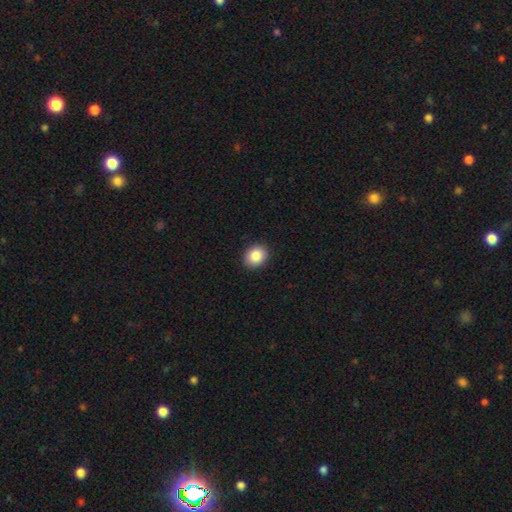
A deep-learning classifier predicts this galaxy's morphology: Q: Smooth or featured?
A: smooth (87%); runner-up: star or artifact (8%)
Q: How rounded?
A: round (57%); runner-up: in between (42%)
Q: Merging?
A: none (90%); runner-up: minor disturbance (7%)